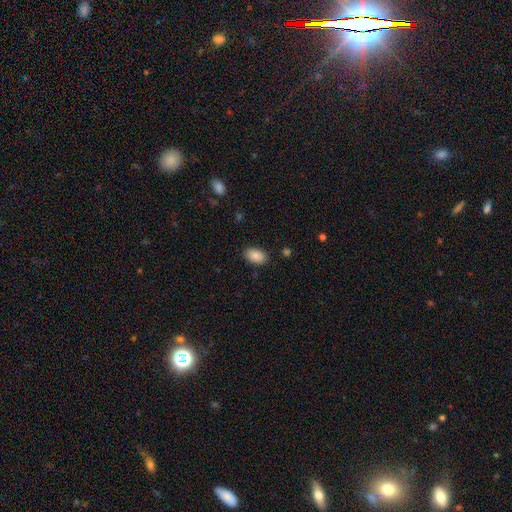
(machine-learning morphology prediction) type=smooth (87%); roundness=in between (92%); merging=none (87%).